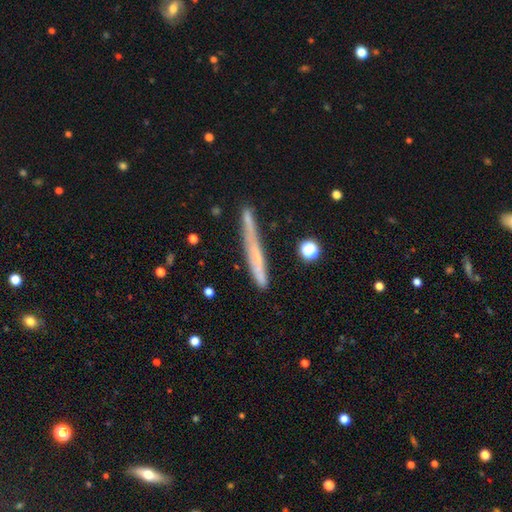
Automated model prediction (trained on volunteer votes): smooth_or_featured: smooth (p=0.46) [alt: featured or disk p=0.44]
merging: none (p=0.74) [alt: minor disturbance p=0.17]